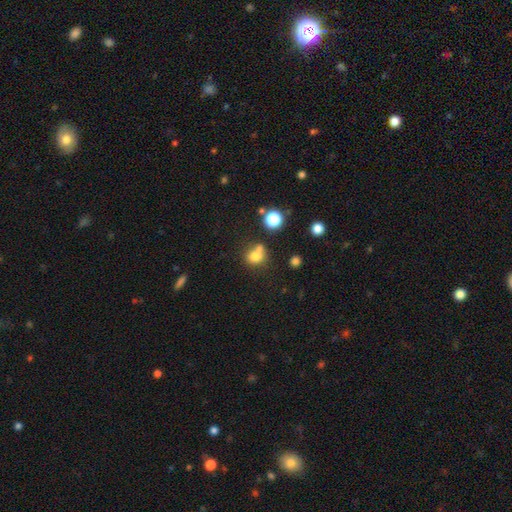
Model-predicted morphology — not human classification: smooth-or-featured: smooth: 75% | star or artifact: 15% | featured or disk: 10%
  how-rounded: round: 76% | in between: 23% | cigar-shaped: 1%
  merging: none: 49% | merger: 35% | minor disturbance: 11% | major disturbance: 4%